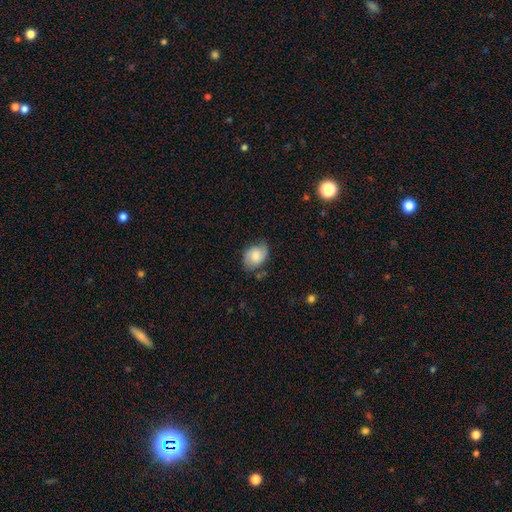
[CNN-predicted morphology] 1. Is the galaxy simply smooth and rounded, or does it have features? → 64% smooth, 28% featured or disk, 8% star or artifact.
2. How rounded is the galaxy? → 72% in between, 27% round, 1% cigar-shaped.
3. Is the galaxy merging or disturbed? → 65% none, 27% minor disturbance, 6% major disturbance, 2% merger.